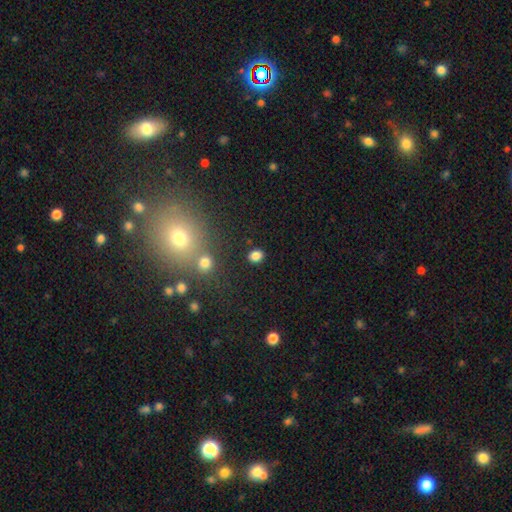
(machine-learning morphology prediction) Smooth or featured? Predicted: smooth (p=0.83). How rounded? Predicted: round (p=0.52). Merging? Predicted: none (p=0.86).